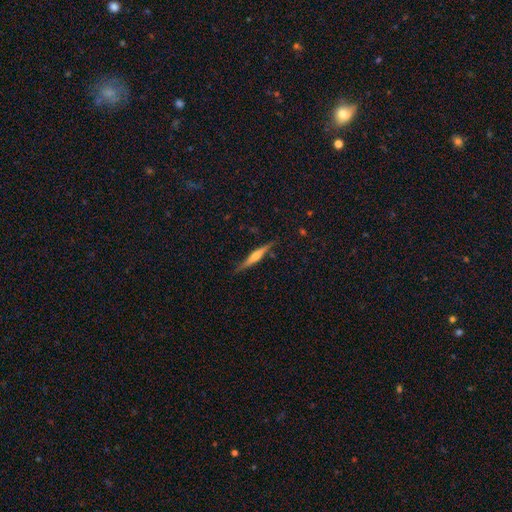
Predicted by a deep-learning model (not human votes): Q: Smooth or featured?
A: featured or disk (64%); runner-up: smooth (30%)
Q: Edge-on disk?
A: yes (97%); runner-up: no (3%)
Q: Edge-on bulge?
A: rounded (78%); runner-up: boxy (11%)
Q: Merging?
A: none (83%); runner-up: minor disturbance (13%)